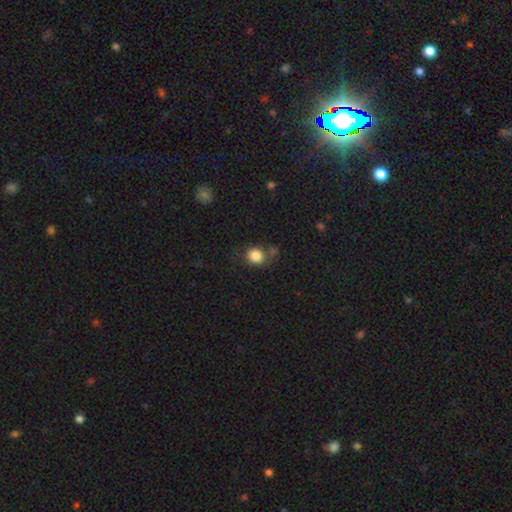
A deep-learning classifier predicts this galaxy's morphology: smooth-or-featured: smooth: 85% | star or artifact: 10% | featured or disk: 5%
  how-rounded: round: 77% | in between: 22% | cigar-shaped: 1%
  merging: none: 70% | minor disturbance: 15% | merger: 10% | major disturbance: 6%